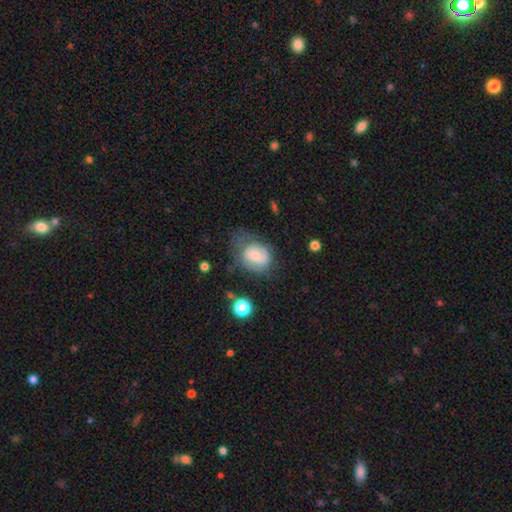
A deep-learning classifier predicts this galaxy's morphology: Smooth or featured?
  - smooth: 60% *
  - featured or disk: 32%
  - star or artifact: 9%
How rounded?
  - round: 53% *
  - in between: 46%
  - cigar-shaped: 1%
Merging?
  - none: 39% *
  - minor disturbance: 30%
  - major disturbance: 29%
  - merger: 3%